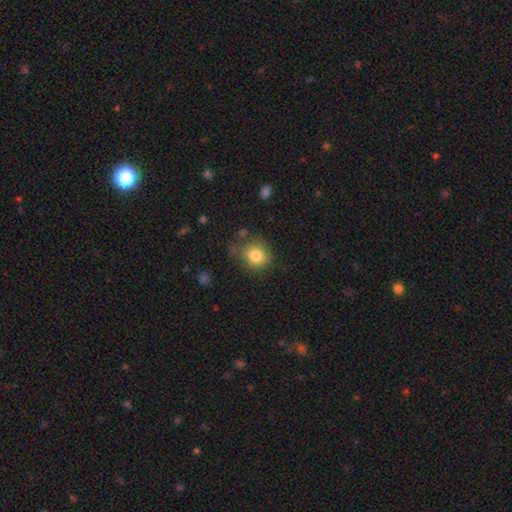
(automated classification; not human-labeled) A smooth galaxy with no disk features (82%) that is round (81%). Merging: none (70%).